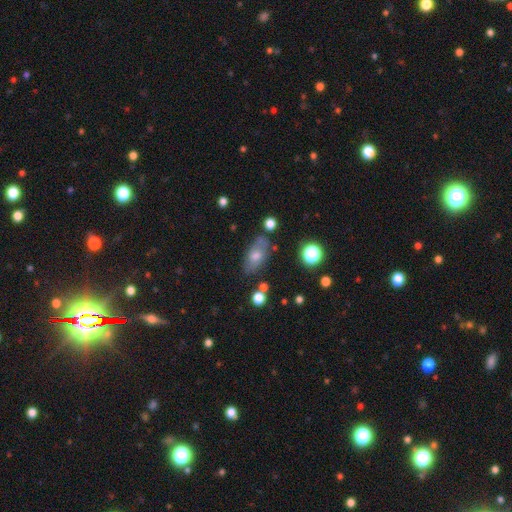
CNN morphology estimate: A smooth galaxy with no disk features (58%) that is in between round and cigar-shaped (86%).

Vote fractions:
- Smooth or featured? smooth: 58% / featured or disk: 28% / star or artifact: 14%
- How rounded? in between: 86% / round: 9% / cigar-shaped: 5%
- Merging? none: 73% / minor disturbance: 17% / merger: 5% / major disturbance: 5%